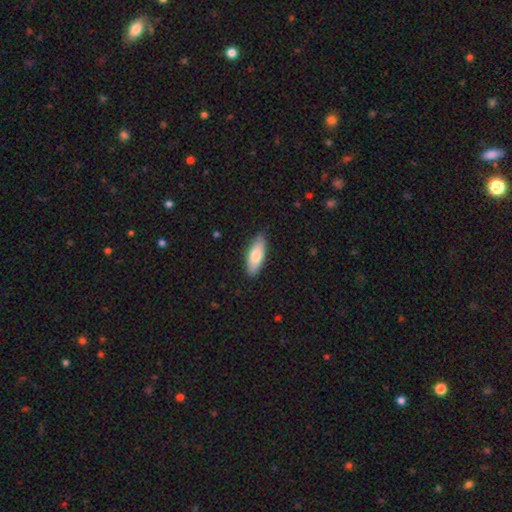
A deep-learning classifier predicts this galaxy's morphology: This appears to be a smooth galaxy with no disk features (75%) that is in between round and cigar-shaped (71%). Merging: none (85%).